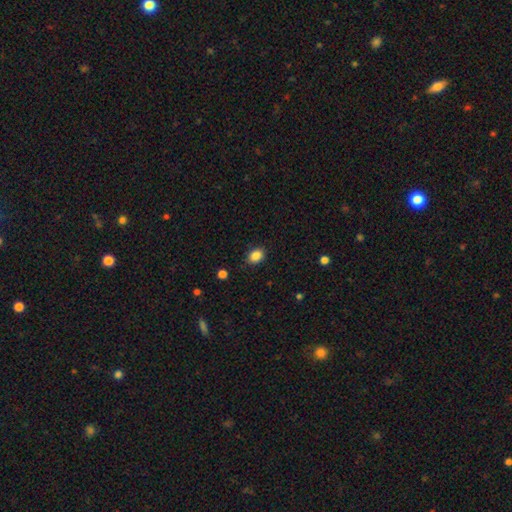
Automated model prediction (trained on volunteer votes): smooth-or-featured: smooth: 87% | star or artifact: 9% | featured or disk: 4%
  how-rounded: in between: 64% | round: 35% | cigar-shaped: 1%
  merging: none: 84% | minor disturbance: 12% | major disturbance: 3% | merger: 1%